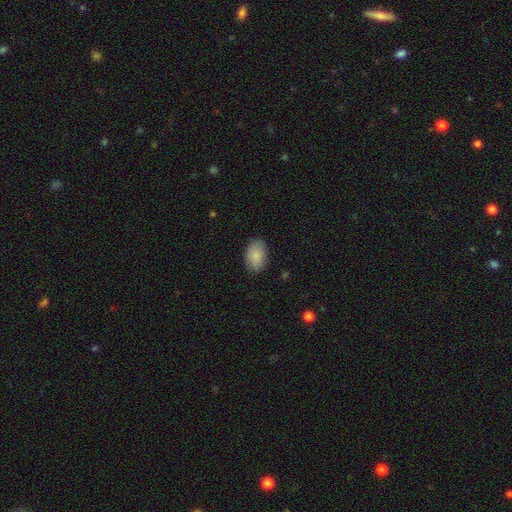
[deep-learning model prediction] Smooth or featured? Predicted: smooth (p=0.86). How rounded? Predicted: in between (p=0.90). Merging? Predicted: none (p=0.84).